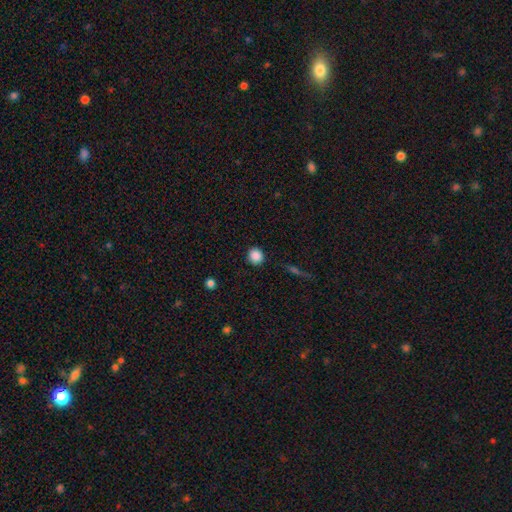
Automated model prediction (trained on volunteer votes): This is clearly a smooth galaxy (87%). How rounded: clearly round (88%). Merging: clearly none (90%).